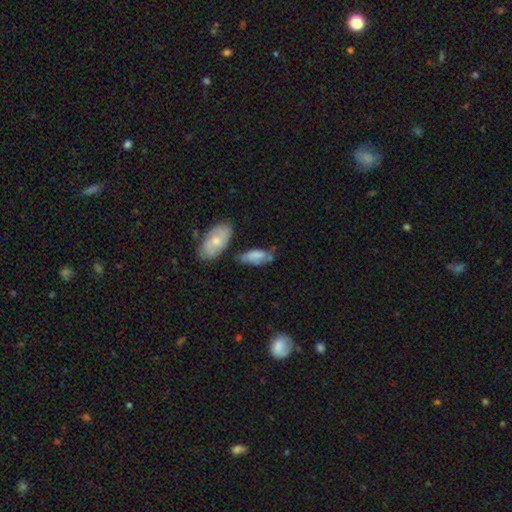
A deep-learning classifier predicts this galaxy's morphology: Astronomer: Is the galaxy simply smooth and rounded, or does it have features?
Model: smooth — 64%.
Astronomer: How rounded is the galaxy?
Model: in between — 81%.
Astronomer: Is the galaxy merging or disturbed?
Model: none — 42% (runner-up: minor disturbance, 28%).